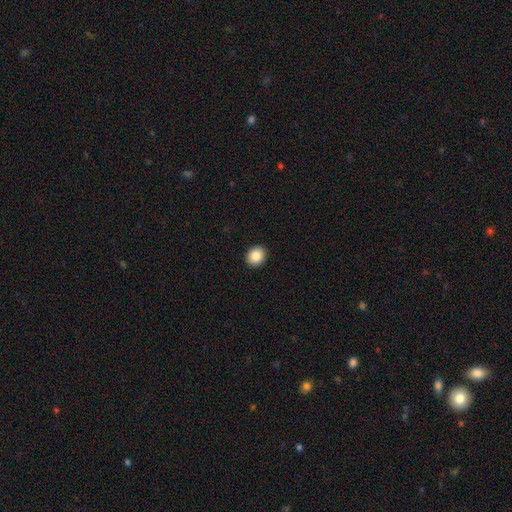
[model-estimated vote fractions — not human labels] smooth_or_featured: smooth (p=0.87) [alt: star or artifact p=0.08]
how_rounded: round (p=0.74) [alt: in between p=0.25]
merging: none (p=0.92) [alt: minor disturbance p=0.05]